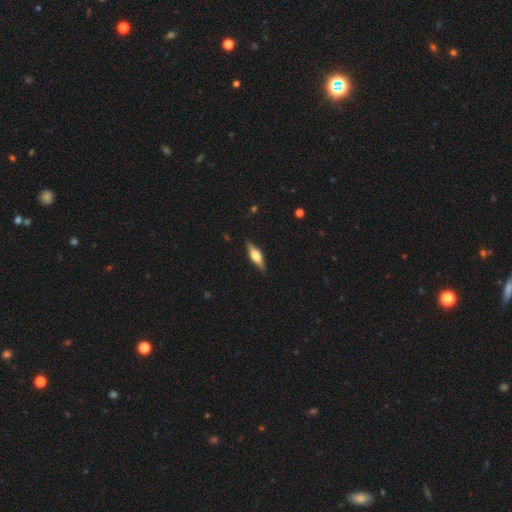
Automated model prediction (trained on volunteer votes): Smooth or featured? Predicted: featured or disk (p=0.58). Edge-on disk? Predicted: yes (p=0.94). Edge-on bulge? Predicted: rounded (p=0.90). Merging? Predicted: none (p=0.87).